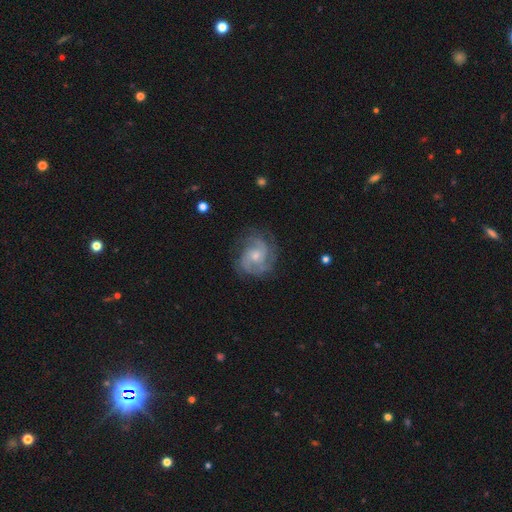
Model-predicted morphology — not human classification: Smooth or featured: featured or disk — 83% (smooth — 11%)
Edge-on disk: no — 98% (yes — 2%)
Bar: no — 68% (weak — 28%)
Spiral arms: yes — 96% (no — 4%)
Spiral winding: tight — 45% (medium — 44%)
Spiral arm count: 3 — 37% (2 — 25%)
Bulge size: small — 58% (moderate — 37%)
Merging: none — 73% (minor disturbance — 18%)